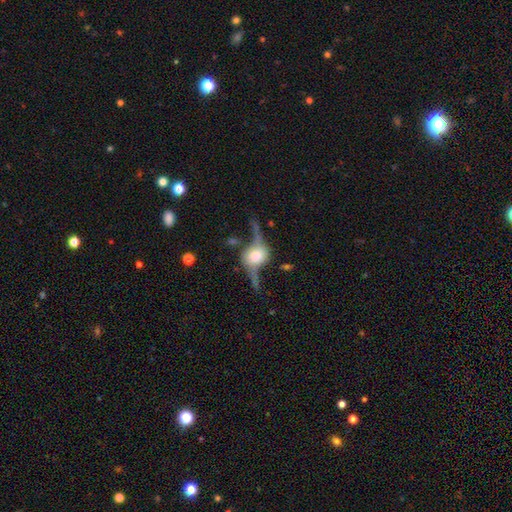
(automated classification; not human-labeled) This appears to be a featured or disk galaxy (77%) viewed edge-on (63%). Merging: none (56%).